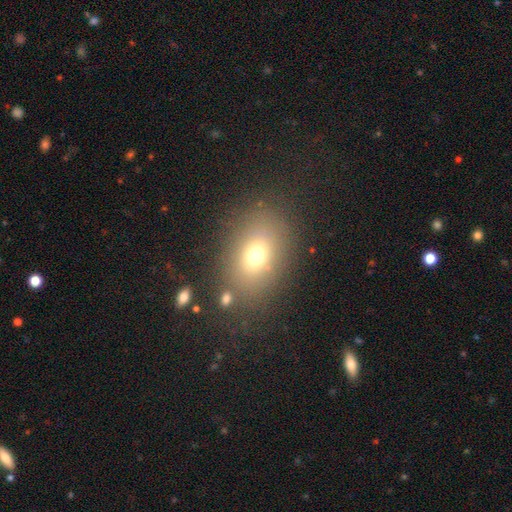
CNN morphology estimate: smooth-or-featured: smooth: 71% | star or artifact: 15% | featured or disk: 14%
  how-rounded: in between: 76% | round: 22% | cigar-shaped: 2%
  merging: none: 78% | minor disturbance: 11% | major disturbance: 6% | merger: 4%